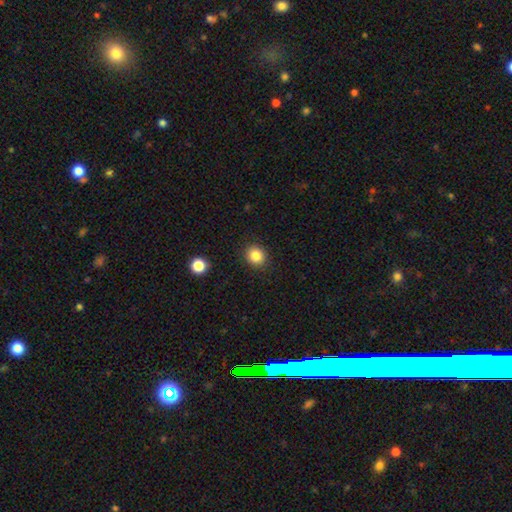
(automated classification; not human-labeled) Smooth or featured? Predicted: smooth (p=0.85). How rounded? Predicted: round (p=0.80). Merging? Predicted: none (p=0.90).